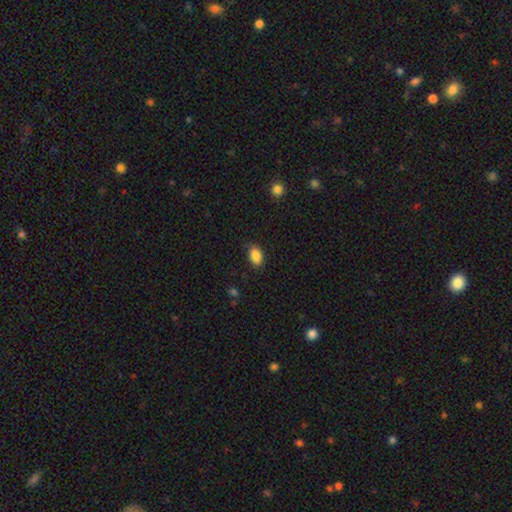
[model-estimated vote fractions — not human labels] Smooth or featured: smooth — 88% (star or artifact — 8%)
How rounded: in between — 87% (round — 12%)
Merging: none — 82% (minor disturbance — 14%)